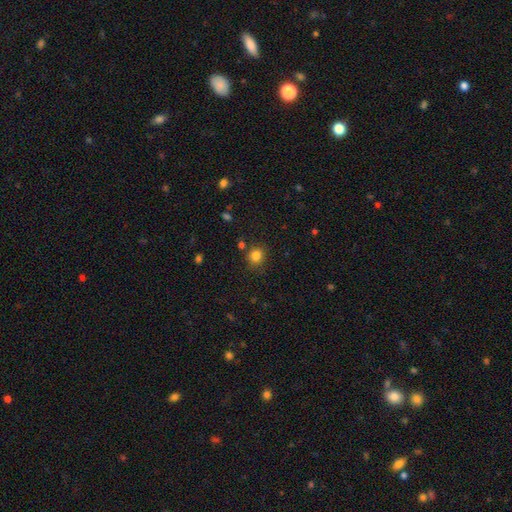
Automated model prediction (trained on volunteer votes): Smooth or featured: smooth — 83% (star or artifact — 12%)
How rounded: round — 78% (in between — 21%)
Merging: none — 81% (minor disturbance — 11%)